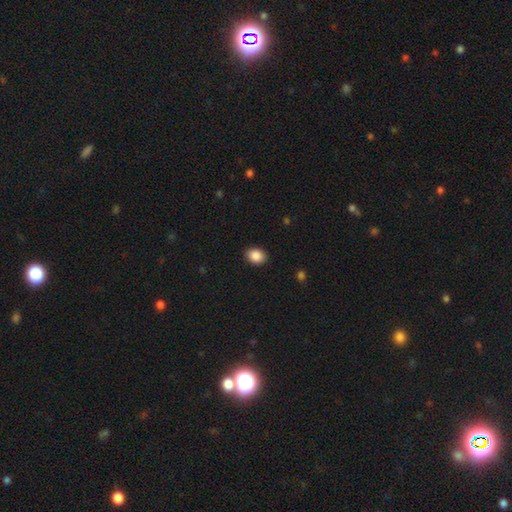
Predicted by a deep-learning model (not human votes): smooth 88%, star or artifact 8%, featured or disk 4%. Down the decision tree: how rounded — in between (63%); merging — none (89%).